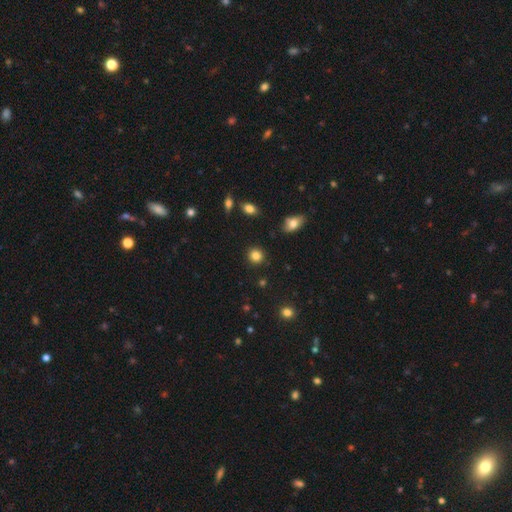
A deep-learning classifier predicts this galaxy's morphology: Overall: smooth (85%). How rounded: round (88%). Merging: none (90%).